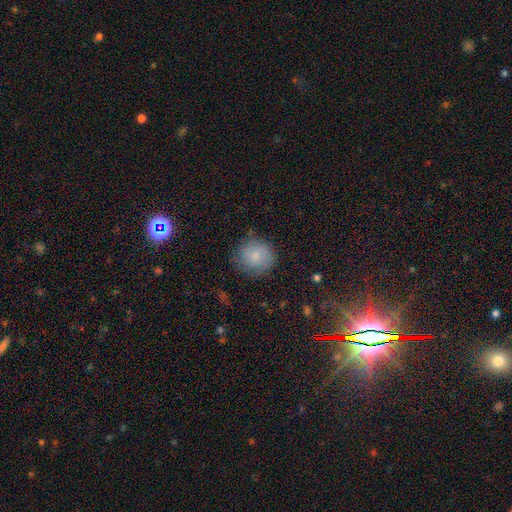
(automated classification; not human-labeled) A smooth galaxy with no disk features (75%) that is round (88%).

Vote fractions:
- Smooth or featured? smooth: 75% / featured or disk: 17% / star or artifact: 8%
- How rounded? round: 88% / in between: 11% / cigar-shaped: 1%
- Merging? none: 74% / minor disturbance: 19% / major disturbance: 6% / merger: 1%